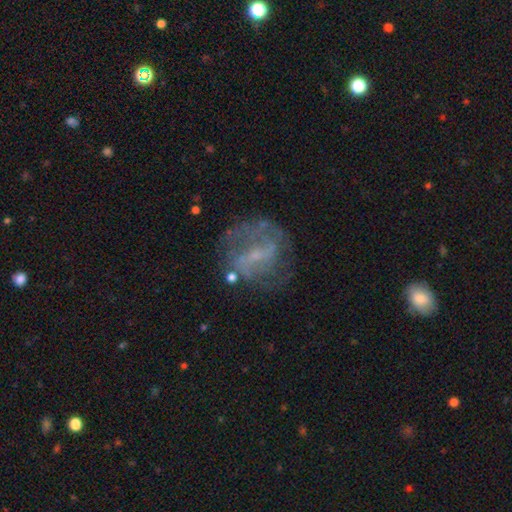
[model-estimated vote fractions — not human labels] Smooth or featured? featured or disk (70%)
Edge-on disk? no (96%)
Bar? weak (48%)
Spiral arms? yes (69%)
Bulge size? small (63%)
Merging? none (62%)